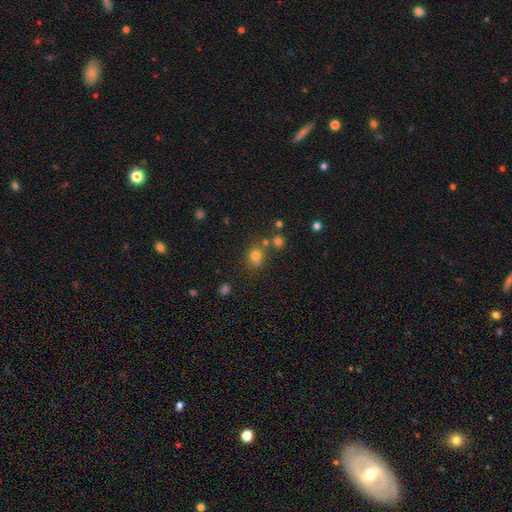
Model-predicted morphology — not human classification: smooth 73%, star or artifact 18%, featured or disk 9%. Down the decision tree: how rounded — round (77%); merging — none (64%).